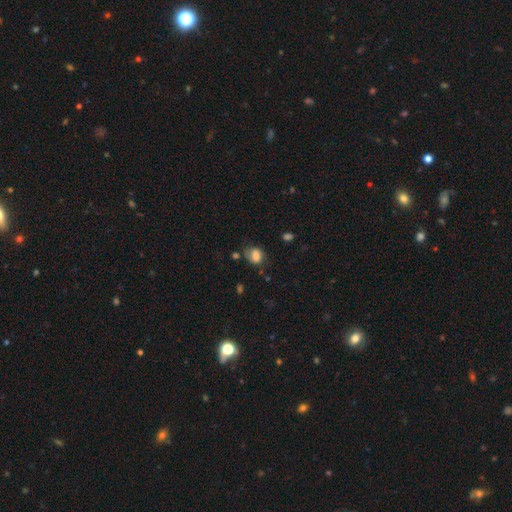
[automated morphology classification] Q: Smooth or featured?
A: smooth (78%); runner-up: featured or disk (12%)
Q: How rounded?
A: in between (57%); runner-up: round (42%)
Q: Merging?
A: none (55%); runner-up: minor disturbance (27%)